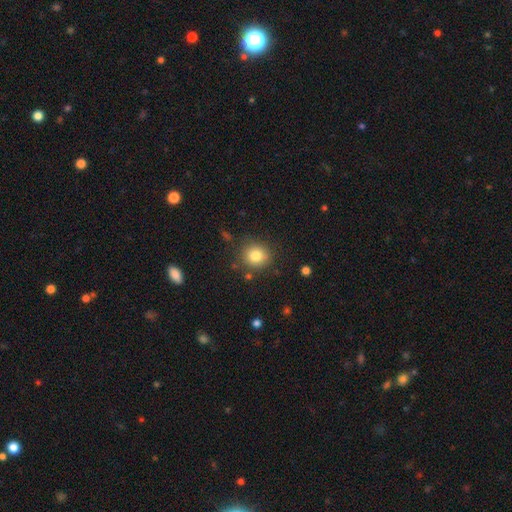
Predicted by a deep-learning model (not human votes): A smooth galaxy with no disk features (81%) that is round (86%).

Vote fractions:
- Smooth or featured? smooth: 81% / star or artifact: 11% / featured or disk: 8%
- How rounded? round: 86% / in between: 13% / cigar-shaped: 1%
- Merging? none: 84% / minor disturbance: 10% / major disturbance: 3% / merger: 3%